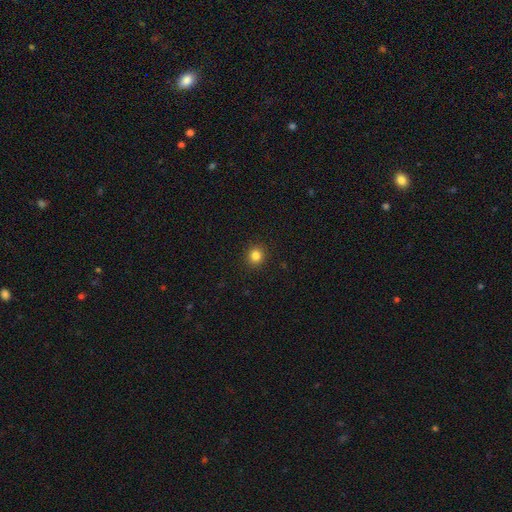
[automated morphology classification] Overall: smooth (84%). How rounded: round (91%). Merging: none (92%).